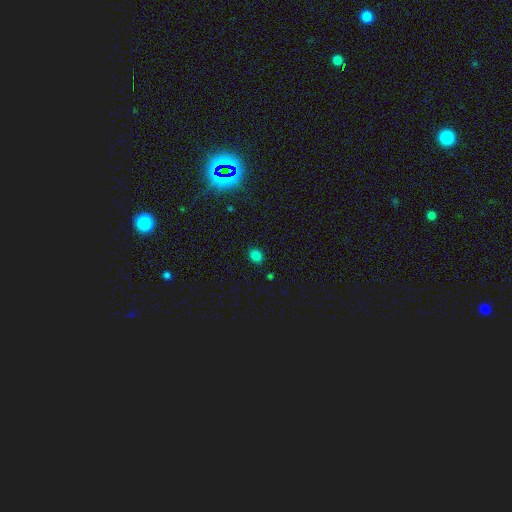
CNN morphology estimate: This is likely a smooth galaxy (79%). How rounded: possibly round (54%). Merging: clearly none (87%).